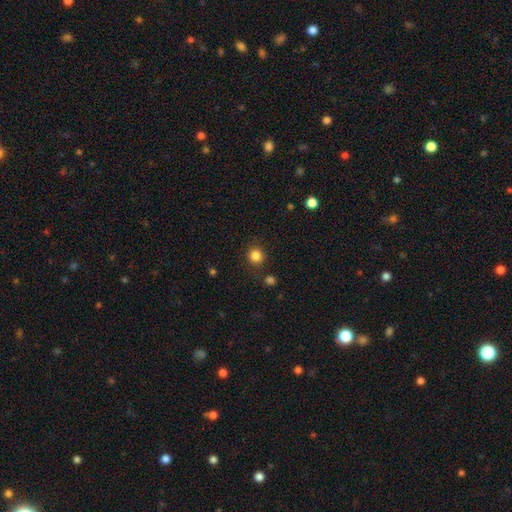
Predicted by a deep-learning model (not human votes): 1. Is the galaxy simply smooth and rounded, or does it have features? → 84% smooth, 12% star or artifact, 4% featured or disk.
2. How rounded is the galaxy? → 91% round, 8% in between, 1% cigar-shaped.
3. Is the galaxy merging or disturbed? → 85% none, 9% minor disturbance, 3% merger, 3% major disturbance.